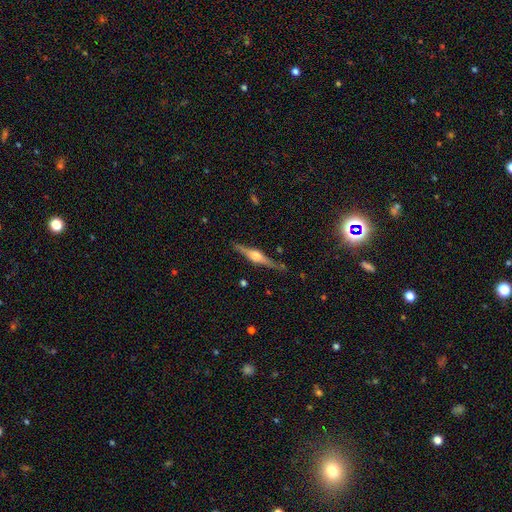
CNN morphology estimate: The model was most divided on "smooth or featured": featured or disk: 79%, smooth: 15%, star or artifact: 6%. More confident: edge-on disk — yes (98%); merging — none (86%); edge-on bulge — rounded (85%).